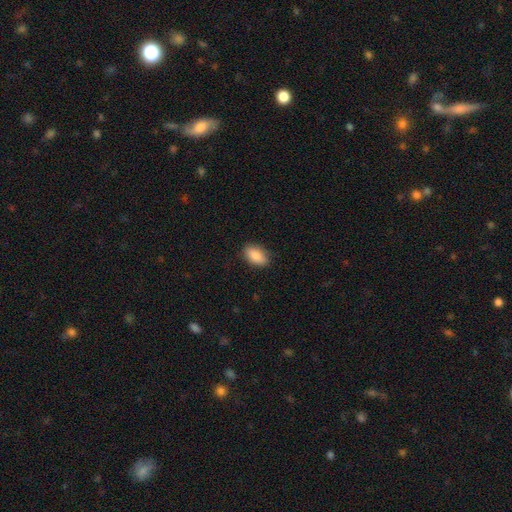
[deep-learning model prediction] Smooth or featured: smooth — 86% (featured or disk — 7%)
How rounded: in between — 89% (round — 6%)
Merging: none — 85% (minor disturbance — 11%)